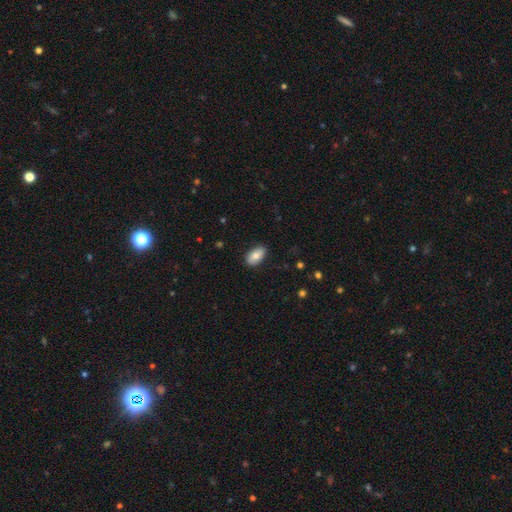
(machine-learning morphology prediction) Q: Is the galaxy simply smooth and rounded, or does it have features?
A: smooth — 77%.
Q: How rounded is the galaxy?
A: in between — 93%.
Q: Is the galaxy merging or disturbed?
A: none — 87%.